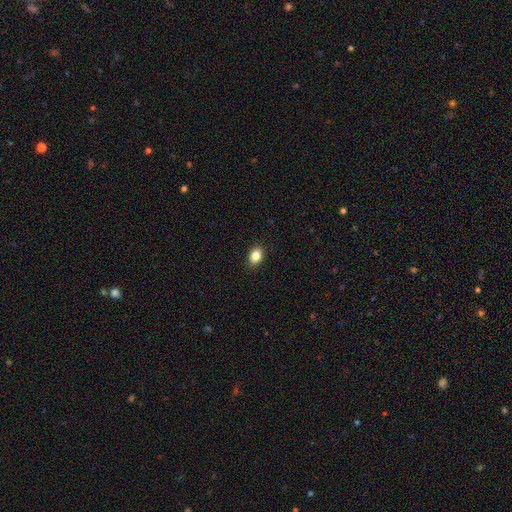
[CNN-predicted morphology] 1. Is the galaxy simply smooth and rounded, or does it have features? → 85% smooth, 9% star or artifact, 6% featured or disk.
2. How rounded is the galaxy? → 78% in between, 21% round, 1% cigar-shaped.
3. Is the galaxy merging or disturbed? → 88% none, 9% minor disturbance, 2% major disturbance, 1% merger.